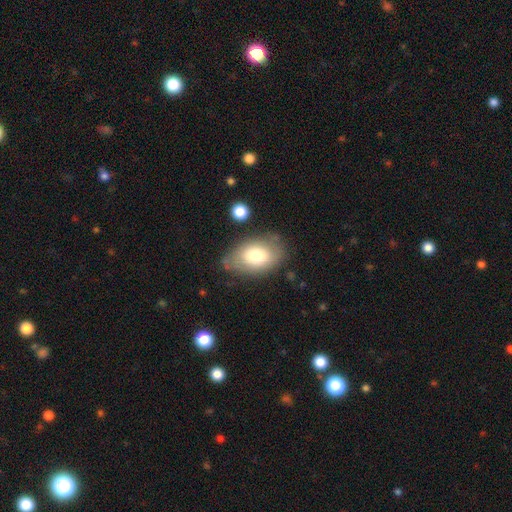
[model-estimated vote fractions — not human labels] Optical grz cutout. It shows a smooth galaxy with no disk features (74%) that is in between round and cigar-shaped (91%). Merging: none (67%).